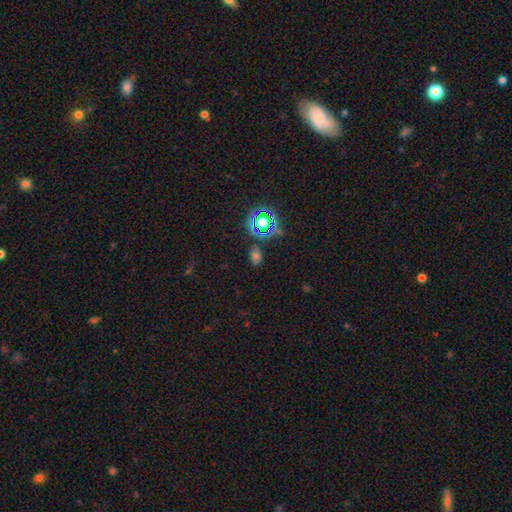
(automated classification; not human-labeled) A smooth galaxy with no disk features (53%) that is in between round and cigar-shaped (64%). Merging: none (79%).